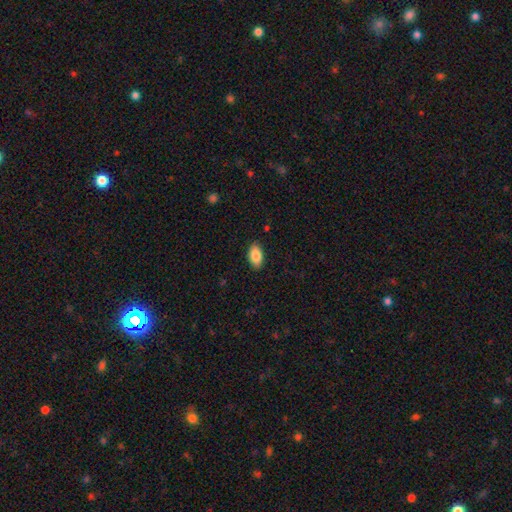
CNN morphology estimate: A smooth galaxy with no disk features (85%) that is in between round and cigar-shaped (94%). Merging: none (89%).